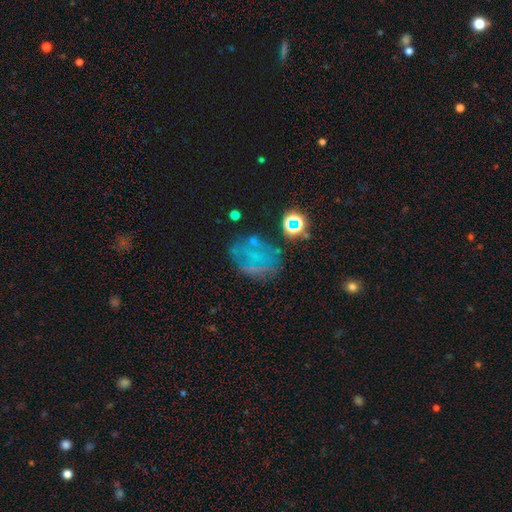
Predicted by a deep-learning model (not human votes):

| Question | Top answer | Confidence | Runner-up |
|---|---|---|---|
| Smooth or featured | featured or disk | 39% | smooth (31%) |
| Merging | none | 54% | minor disturbance (20%) |